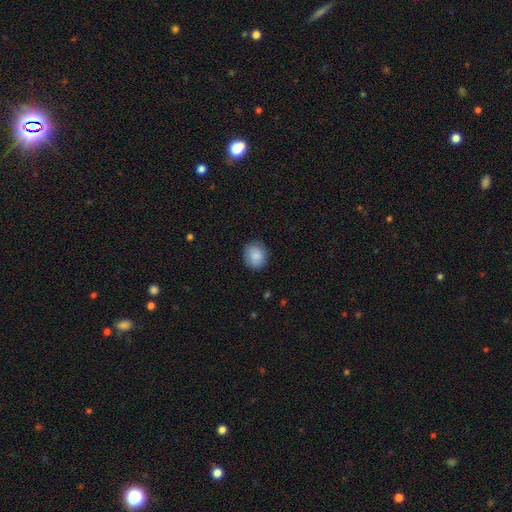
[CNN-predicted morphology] smooth_or_featured: smooth (p=0.88) [alt: star or artifact p=0.07]
how_rounded: round (p=0.74) [alt: in between p=0.25]
merging: none (p=0.86) [alt: minor disturbance p=0.10]